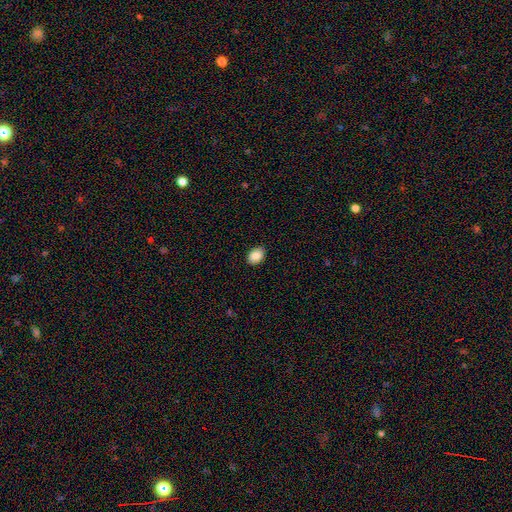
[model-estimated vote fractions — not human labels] smooth 88%, star or artifact 7%, featured or disk 4%. Down the decision tree: how rounded — in between (76%); merging — none (90%).